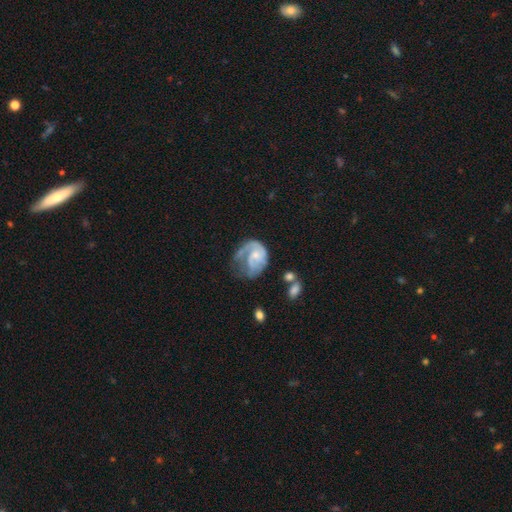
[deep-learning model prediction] smooth_or_featured: featured or disk (p=0.73) [alt: smooth p=0.21]
disk_edge_on: no (p=0.98) [alt: yes p=0.02]
bar: no (p=0.68) [alt: weak p=0.28]
has_spiral_arms: yes (p=0.88) [alt: no p=0.12]
spiral_winding: medium (p=0.41) [alt: tight p=0.35]
spiral_arm_count: 1 (p=0.48) [alt: 2 p=0.31]
bulge_size: small (p=0.54) [alt: moderate p=0.29]
merging: major disturbance (p=0.38) [alt: none p=0.33]